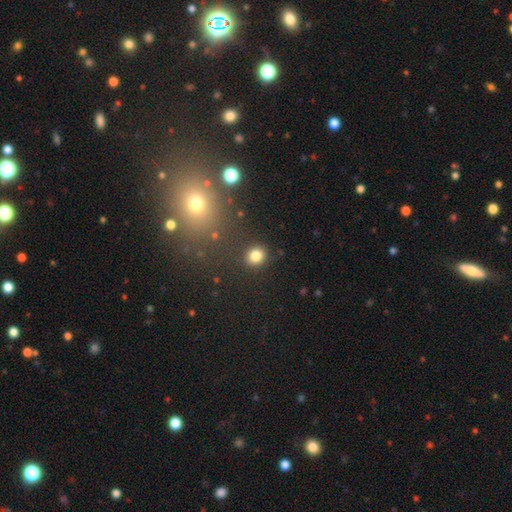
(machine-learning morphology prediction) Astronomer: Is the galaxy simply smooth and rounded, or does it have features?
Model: smooth — 82%.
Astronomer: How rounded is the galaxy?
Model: round — 76%.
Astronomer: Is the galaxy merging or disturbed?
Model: none — 88%.